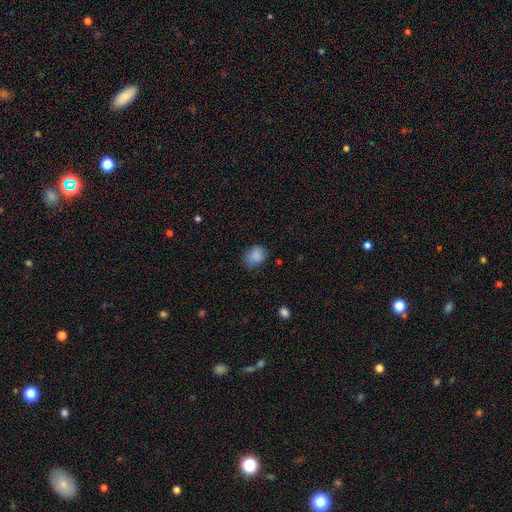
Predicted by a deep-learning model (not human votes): A smooth galaxy with no disk features (86%) that is round (56%). Merging: none (67%).